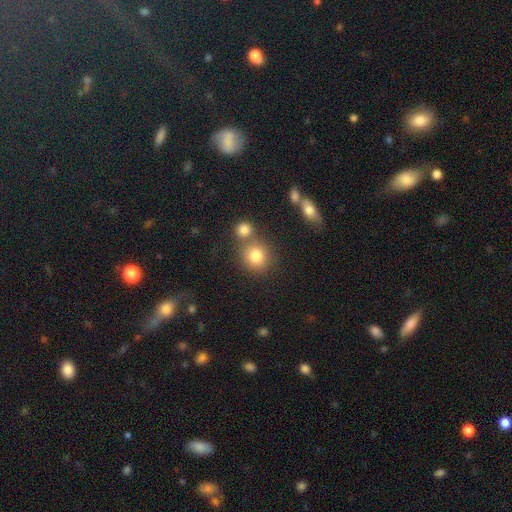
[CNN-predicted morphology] Smooth or featured? smooth (80%)
How rounded? round (85%)
Merging? none (61%)